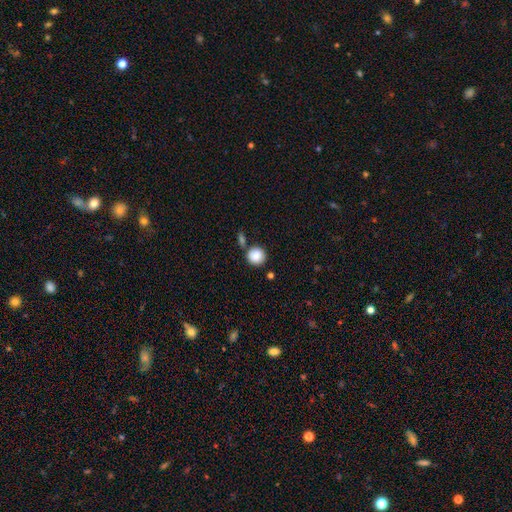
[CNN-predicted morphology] A smooth galaxy with no disk features (88%) that is round (91%). Merging: none (73%).